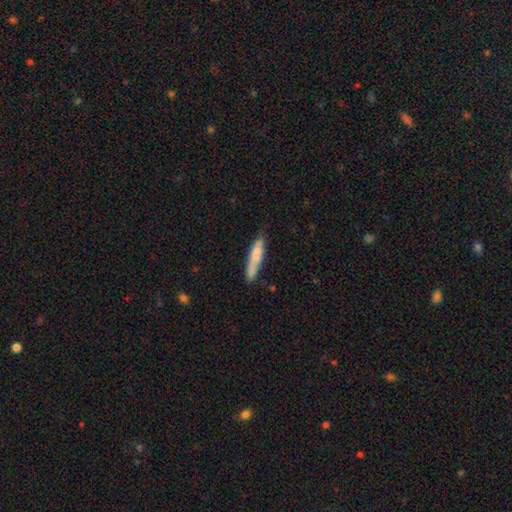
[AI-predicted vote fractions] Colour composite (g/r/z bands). It shows a smooth galaxy with no disk features (76%) that is cigar-shaped (86%). Merging: none (75%).